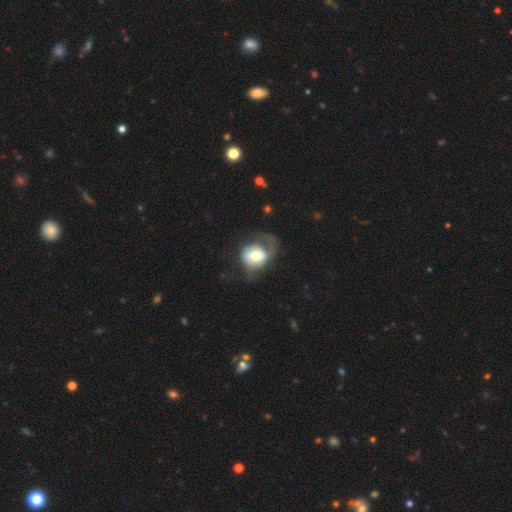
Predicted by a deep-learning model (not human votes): Smooth or featured? Predicted: smooth (p=0.61). How rounded? Predicted: round (p=0.64). Merging? Predicted: major disturbance (p=0.44).